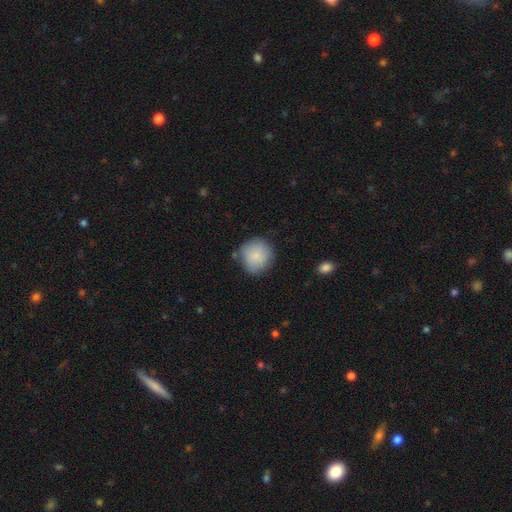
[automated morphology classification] A smooth galaxy with no disk features (87%) that is round (89%). Merging: none (74%).